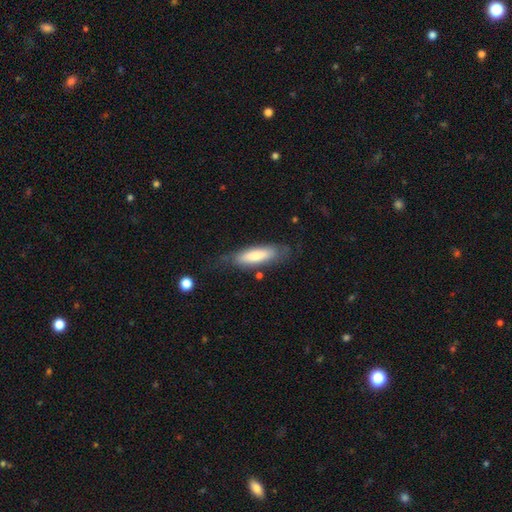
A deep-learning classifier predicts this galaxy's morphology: Smooth or featured?
  - smooth: 71% *
  - featured or disk: 23%
  - star or artifact: 6%
How rounded?
  - cigar-shaped: 49% * (tied)
  - in between: 49% * (tied)
  - round: 2%
Merging?
  - none: 63% *
  - minor disturbance: 23%
  - major disturbance: 10%
  - merger: 3%